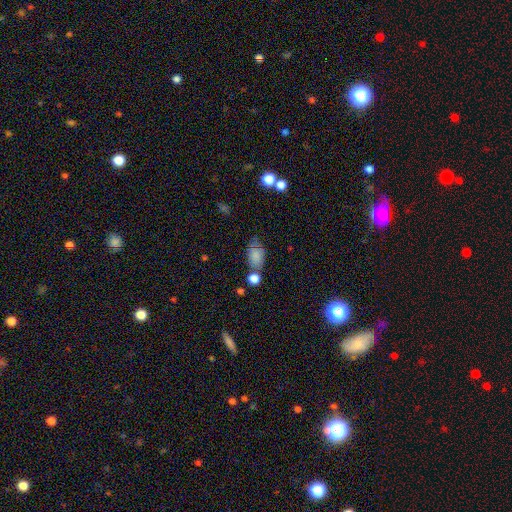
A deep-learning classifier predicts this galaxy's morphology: Smooth or featured? Predicted: smooth (p=0.79). How rounded? Predicted: in between (p=0.85). Merging? Predicted: none (p=0.51).